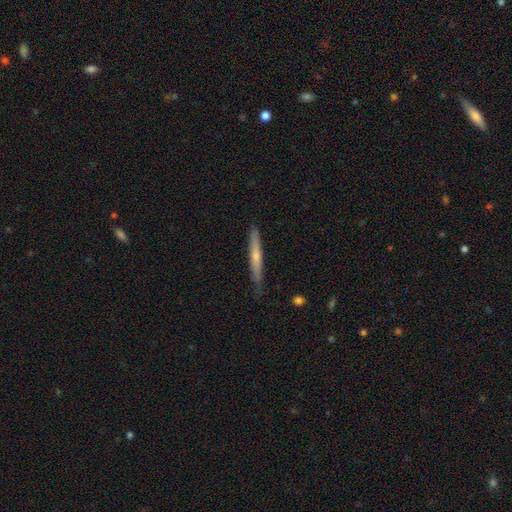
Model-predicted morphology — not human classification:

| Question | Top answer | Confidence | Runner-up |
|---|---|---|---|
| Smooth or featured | smooth | 48% | featured or disk (46%) |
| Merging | none | 83% | minor disturbance (14%) |